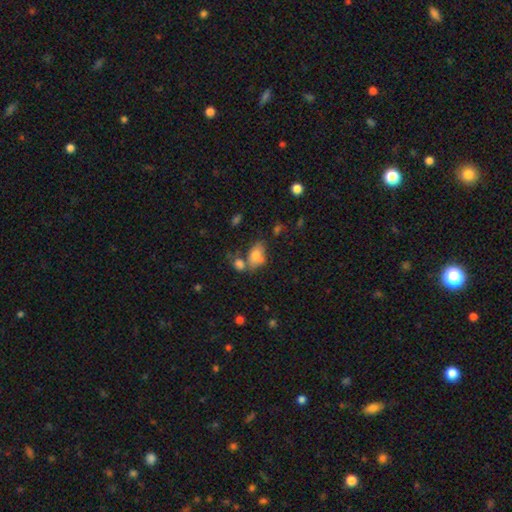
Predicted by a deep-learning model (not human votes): The model was most divided on "merging": none: 41%, merger: 31%, minor disturbance: 19%, major disturbance: 9%. More confident: how rounded — in between (86%); smooth or featured — smooth (74%).